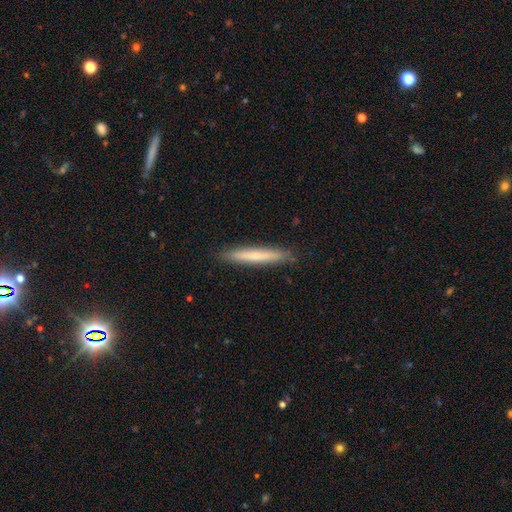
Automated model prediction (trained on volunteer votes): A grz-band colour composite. It shows a smooth galaxy with no disk features (64%) that is cigar-shaped (96%). Merging: none (90%).